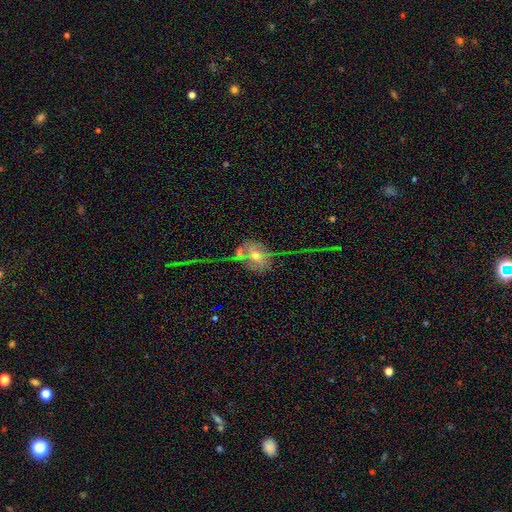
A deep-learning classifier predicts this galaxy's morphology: A featured or disk galaxy (59%) with no bar (56%), spiral arms (55%) and a moderate central bulge (68%). Merging: major disturbance (31%, tied with none).